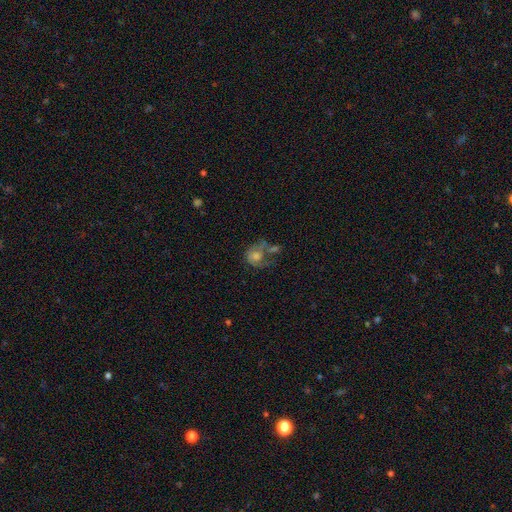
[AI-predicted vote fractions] Smooth or featured?
  - smooth: 46% *
  - featured or disk: 38%
  - star or artifact: 16%
Merging?
  - none: 29% * (tied)
  - merger: 29% * (tied)
  - major disturbance: 25%
  - minor disturbance: 17%